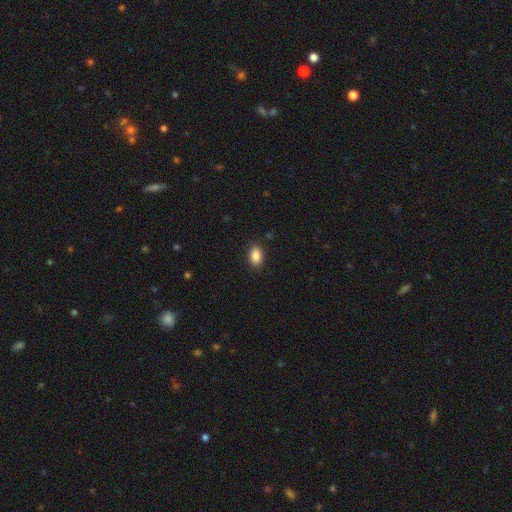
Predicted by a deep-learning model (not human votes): Smooth or featured? Predicted: smooth (p=0.87). How rounded? Predicted: in between (p=0.87). Merging? Predicted: none (p=0.88).